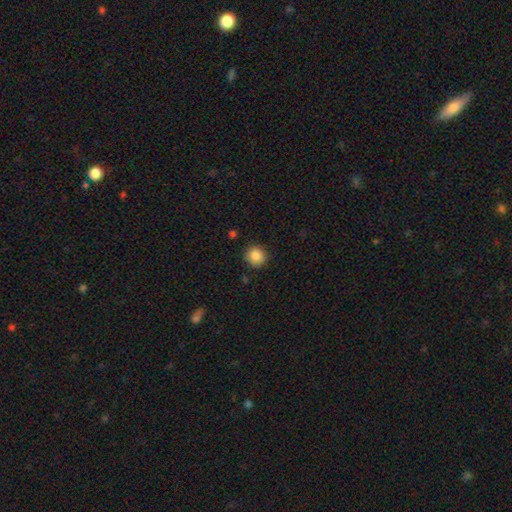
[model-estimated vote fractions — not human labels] Smooth or featured?
  - smooth: 87% *
  - star or artifact: 9%
  - featured or disk: 4%
How rounded?
  - round: 92% *
  - in between: 7%
  - cigar-shaped: 1%
Merging?
  - none: 90% *
  - minor disturbance: 7%
  - major disturbance: 2%
  - merger: 1%